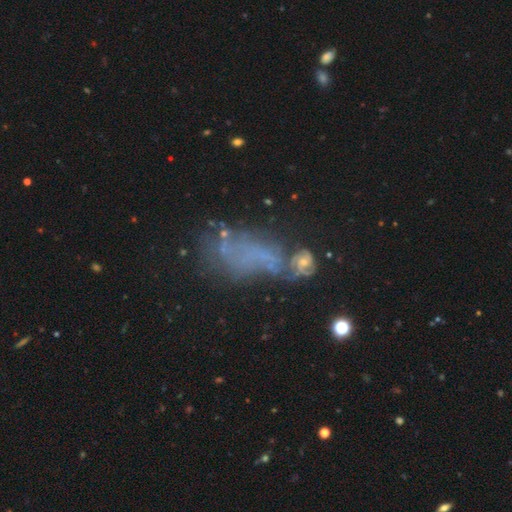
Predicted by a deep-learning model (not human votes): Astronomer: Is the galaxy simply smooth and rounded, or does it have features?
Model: featured or disk — 42% (runner-up: smooth, 32%).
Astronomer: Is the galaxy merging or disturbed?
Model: none — 32% (runner-up: major disturbance, 28%).